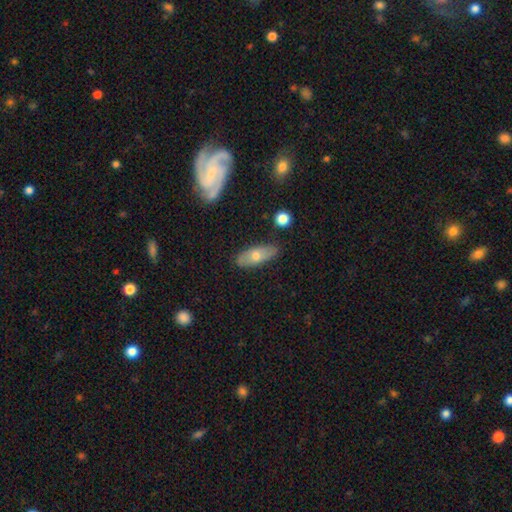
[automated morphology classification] Smooth or featured? smooth (56%)
How rounded? in between (74%)
Merging? none (79%)